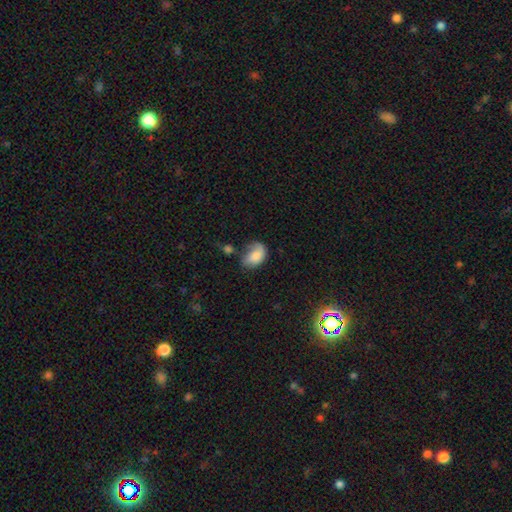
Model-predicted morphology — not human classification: Smooth or featured?
  - smooth: 69% *
  - featured or disk: 23%
  - star or artifact: 8%
How rounded?
  - in between: 84% *
  - round: 15%
  - cigar-shaped: 1%
Merging?
  - none: 37% *
  - minor disturbance: 30%
  - major disturbance: 23%
  - merger: 9%